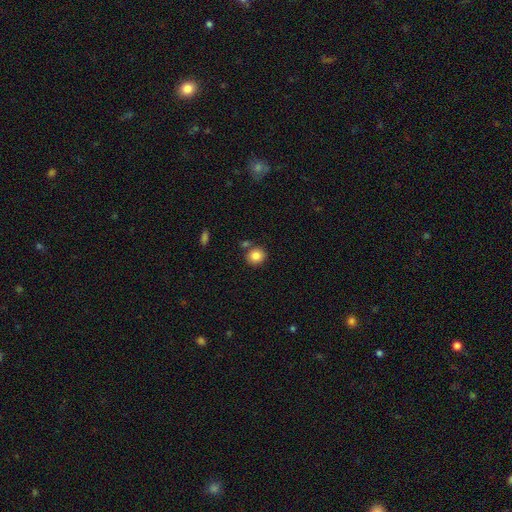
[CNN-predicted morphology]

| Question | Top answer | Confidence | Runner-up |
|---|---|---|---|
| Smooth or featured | smooth | 85% | star or artifact (9%) |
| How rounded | round | 80% | in between (19%) |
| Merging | none | 77% | merger (11%) |